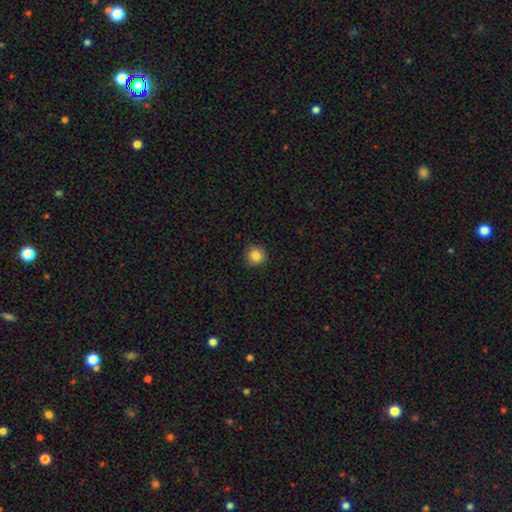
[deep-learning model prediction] smooth 85%, star or artifact 11%, featured or disk 5%. Down the decision tree: how rounded — round (94%); merging — none (91%).